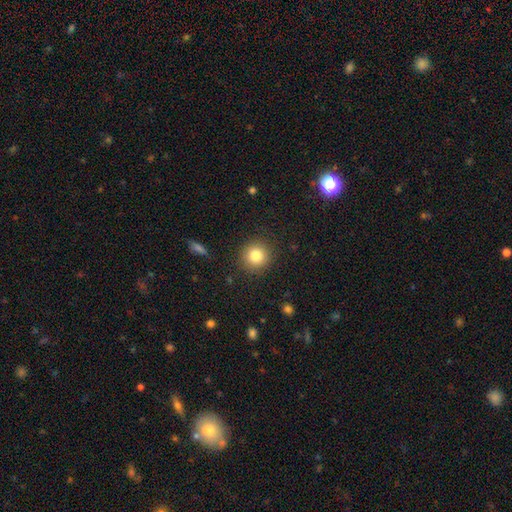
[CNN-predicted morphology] Smooth or featured: smooth — 82% (star or artifact — 11%)
How rounded: round — 93% (in between — 6%)
Merging: none — 90% (minor disturbance — 7%)